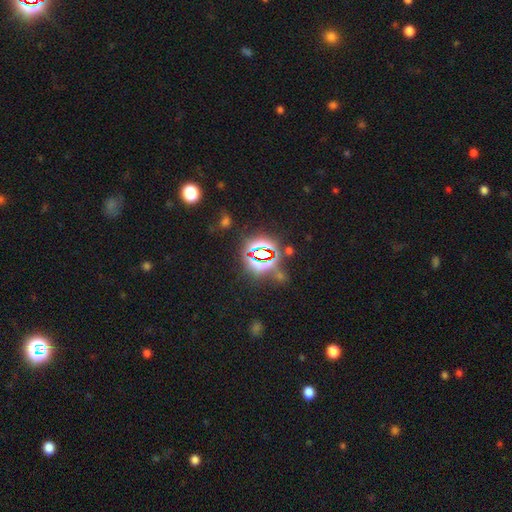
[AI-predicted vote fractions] The model was most divided on "smooth or featured": star or artifact: 78%, smooth: 14%, featured or disk: 8%.